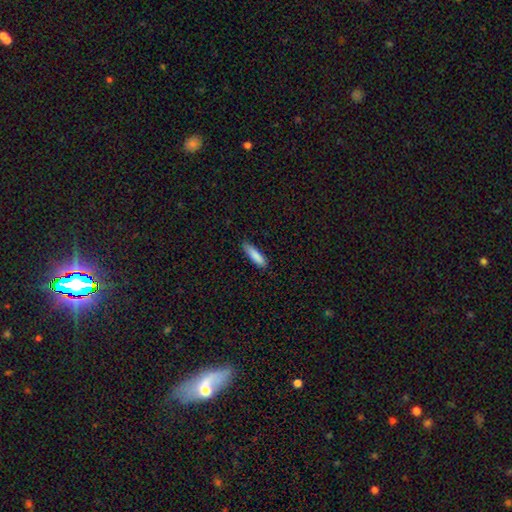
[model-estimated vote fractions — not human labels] This appears to be a smooth galaxy with no disk features (86%) that is cigar-shaped (74%). Merging: none (83%).